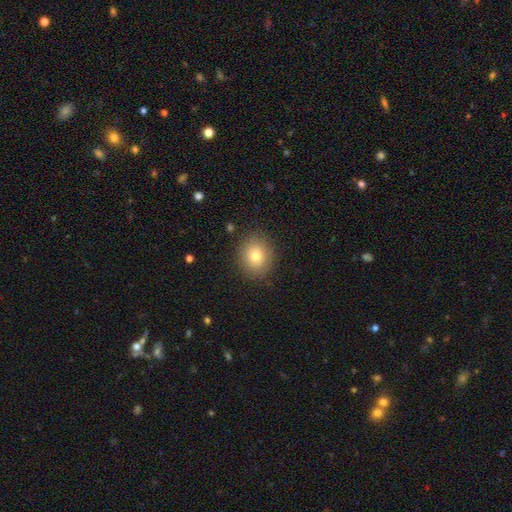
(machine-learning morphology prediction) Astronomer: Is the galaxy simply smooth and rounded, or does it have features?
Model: smooth — 76%.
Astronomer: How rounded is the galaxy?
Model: round — 68%.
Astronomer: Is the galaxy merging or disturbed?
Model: none — 86%.